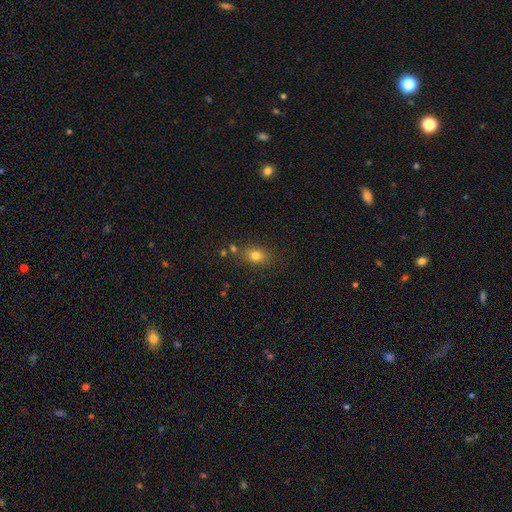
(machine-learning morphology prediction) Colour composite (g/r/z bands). It shows a smooth galaxy with no disk features (78%) that is in between round and cigar-shaped (58%). Merging: none (76%).